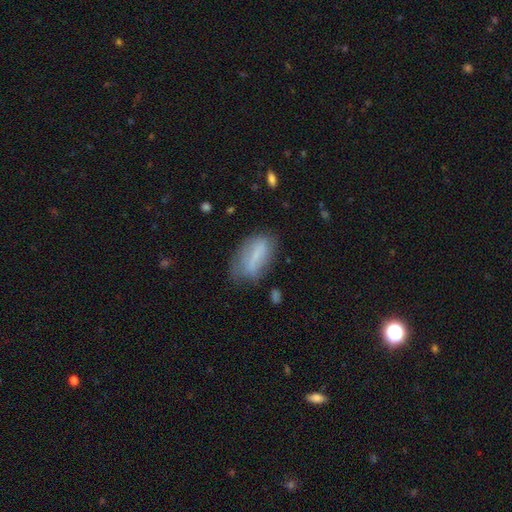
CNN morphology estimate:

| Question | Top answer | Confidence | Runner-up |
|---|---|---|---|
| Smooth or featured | smooth | 64% | featured or disk (28%) |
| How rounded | in between | 81% | cigar-shaped (16%) |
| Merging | none | 58% | minor disturbance (28%) |